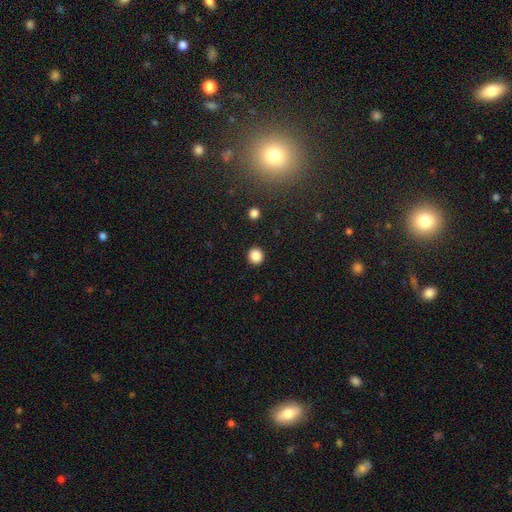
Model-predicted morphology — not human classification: This appears to be a smooth galaxy with no disk features (87%) that is round (91%). Merging: none (92%).